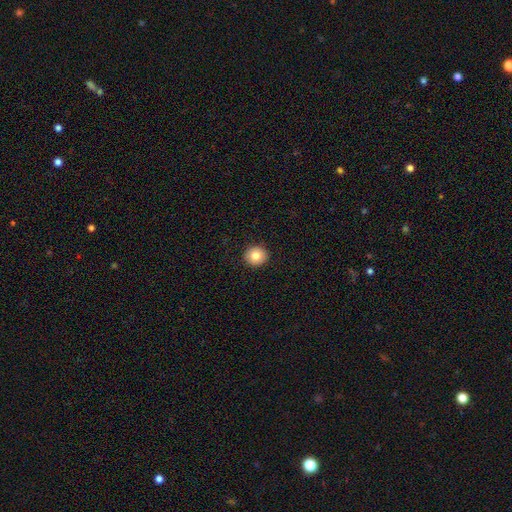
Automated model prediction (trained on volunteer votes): This appears to be a smooth galaxy with no disk features (82%) that is round (89%). Merging: none (92%).